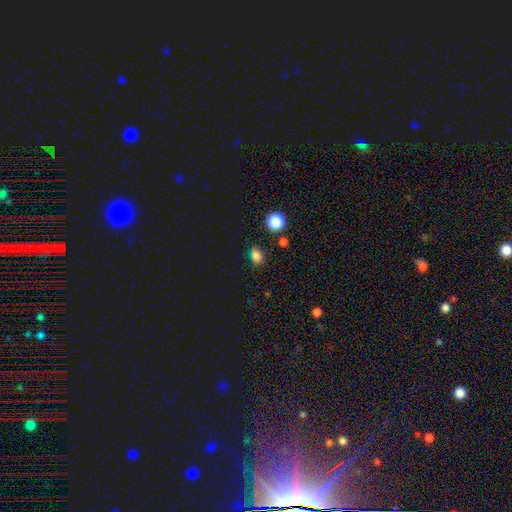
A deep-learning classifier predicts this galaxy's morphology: smooth-or-featured: smooth: 79% | star or artifact: 16% | featured or disk: 4%
  how-rounded: in between: 67% | round: 31% | cigar-shaped: 2%
  merging: none: 76% | minor disturbance: 15% | merger: 5% | major disturbance: 4%